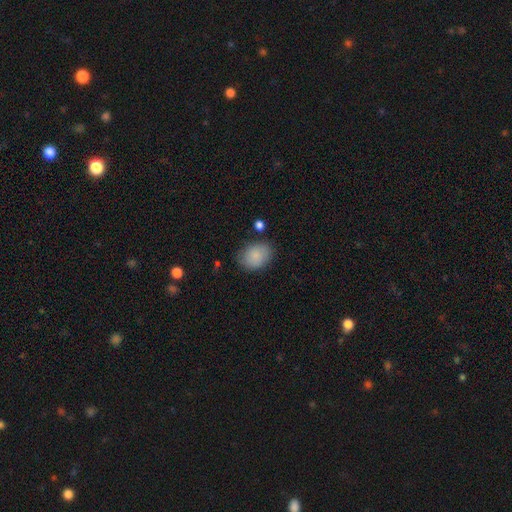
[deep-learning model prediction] A smooth galaxy with no disk features (86%) that is in between round and cigar-shaped (68%).

Vote fractions:
- Smooth or featured? smooth: 86% / featured or disk: 8% / star or artifact: 7%
- How rounded? in between: 68% / round: 31% / cigar-shaped: 1%
- Merging? none: 75% / minor disturbance: 17% / major disturbance: 4% / merger: 3%